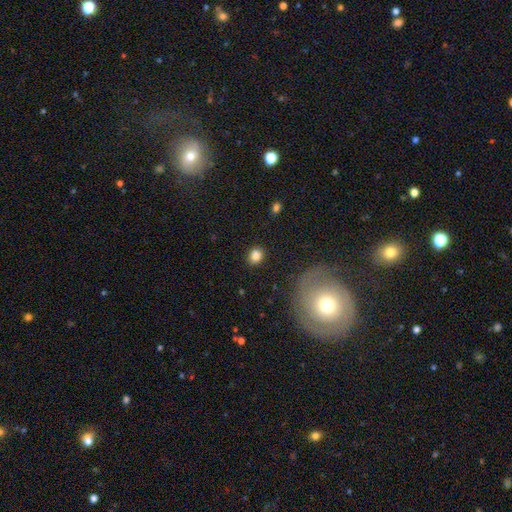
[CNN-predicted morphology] smooth 84%, star or artifact 10%, featured or disk 6%. Down the decision tree: how rounded — round (59%); merging — none (86%).